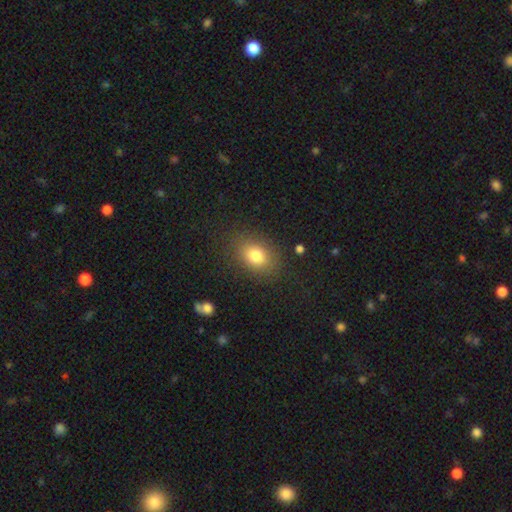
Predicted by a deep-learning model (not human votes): This appears to be a smooth galaxy with no disk features (79%) that is in between round and cigar-shaped (68%). Merging: none (83%).